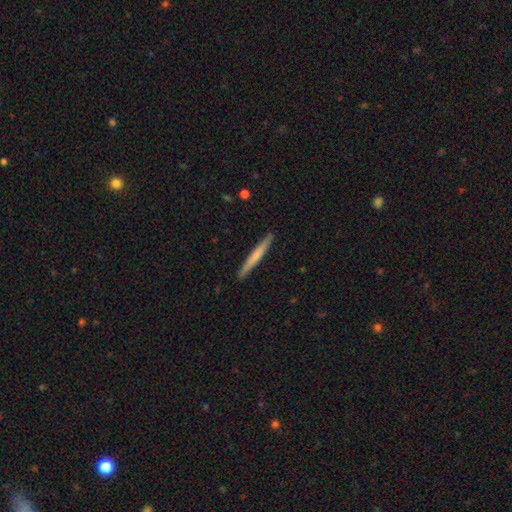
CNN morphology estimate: Smooth or featured: smooth — 62% (featured or disk — 33%)
How rounded: cigar-shaped — 97% (in between — 2%)
Merging: none — 91% (minor disturbance — 7%)